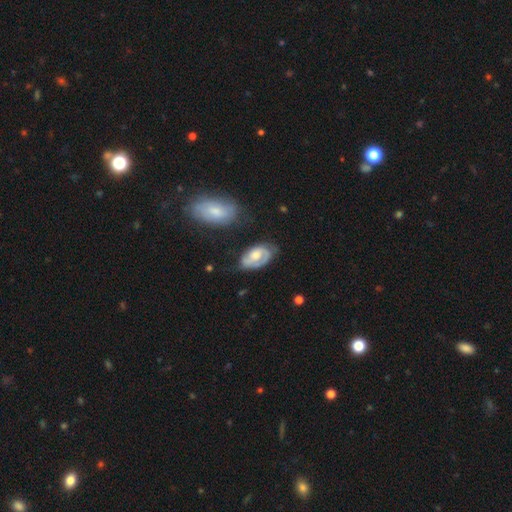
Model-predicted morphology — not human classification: smooth-or-featured: featured or disk: 65% | smooth: 29% | star or artifact: 6%
  disk-edge-on: no: 95% | yes: 5%
    bar: no: 66% | weak: 29% | strong: 5%
    has-spiral-arms: yes: 82% | no: 18%
      spiral-winding: tight: 51% | medium: 34% | loose: 14%
      spiral-arm-count: 2: 47% | 1: 30% | can't tell: 19% | 3: 3% | 4: 1% | more than 4: 1%
    bulge-size: moderate: 59% | small: 21% | large: 13% | none: 5% | dominant: 2%
  merging: none: 57% | minor disturbance: 27% | major disturbance: 12% | merger: 5%